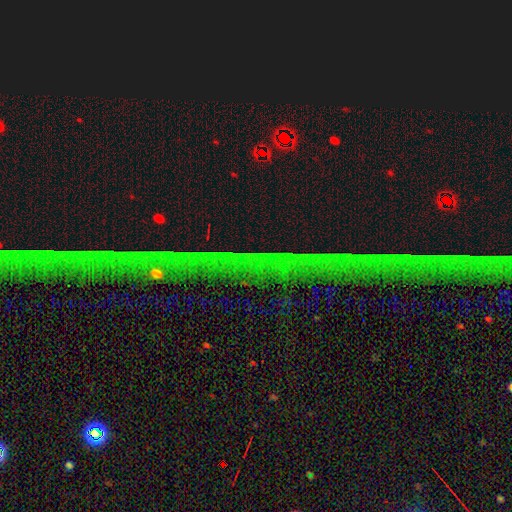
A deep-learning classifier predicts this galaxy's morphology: Smooth or featured? star or artifact (86%)